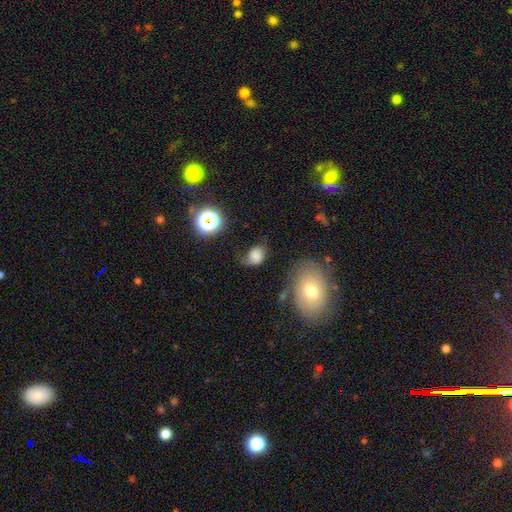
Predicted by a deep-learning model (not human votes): Smooth or featured: smooth — 69% (featured or disk — 17%)
How rounded: in between — 62% (round — 37%)
Merging: none — 38% (minor disturbance — 34%)